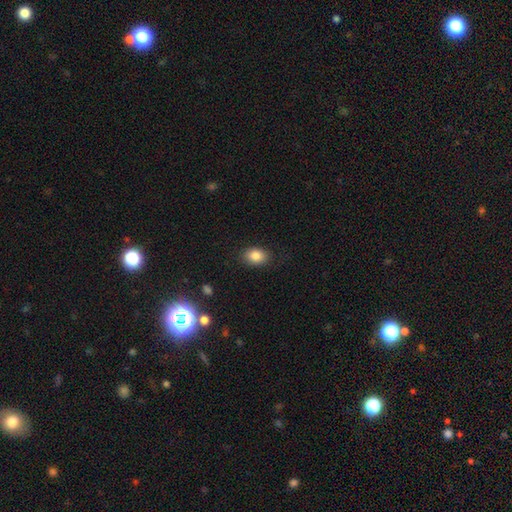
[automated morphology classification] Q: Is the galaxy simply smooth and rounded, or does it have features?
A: smooth — 85%.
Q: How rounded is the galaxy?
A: in between — 77%.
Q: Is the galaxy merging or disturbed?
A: none — 85%.